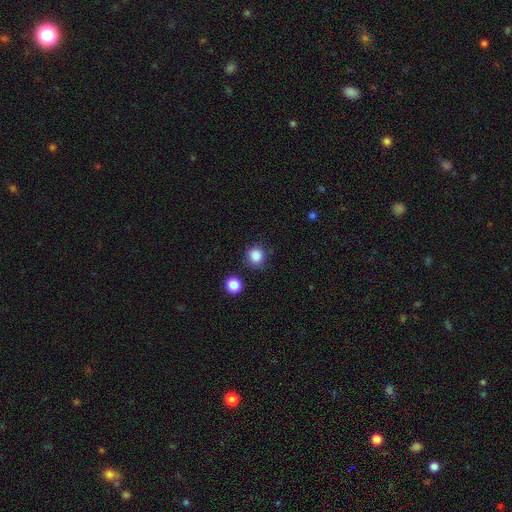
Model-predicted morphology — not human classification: A smooth galaxy with no disk features (86%) that is round (90%). Merging: none (82%).